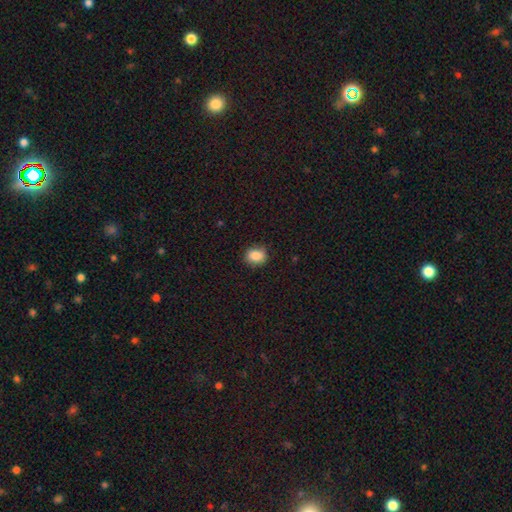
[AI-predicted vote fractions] The model was most divided on "how rounded": round: 59%, in between: 40%, cigar-shaped: 1%. More confident: smooth or featured — smooth (87%); merging — none (86%).